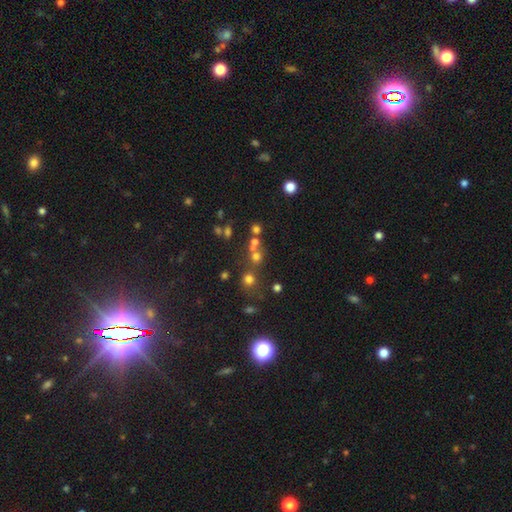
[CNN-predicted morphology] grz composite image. It shows a smooth galaxy with no disk features (58%) that is round (86%). Merging: none (54%).